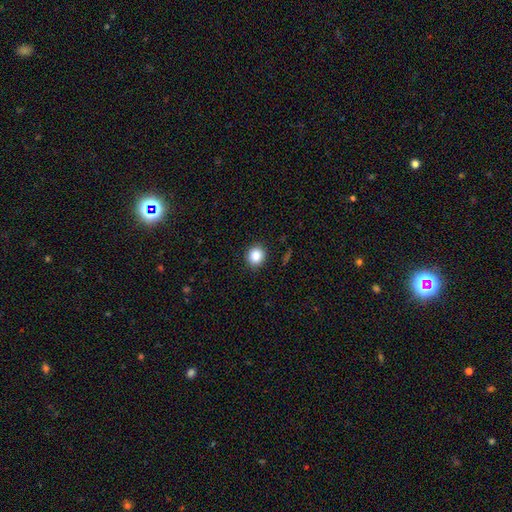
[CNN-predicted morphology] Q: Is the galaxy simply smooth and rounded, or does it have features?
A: smooth — 85%.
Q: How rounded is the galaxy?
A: round — 85%.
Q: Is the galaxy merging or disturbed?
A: none — 91%.